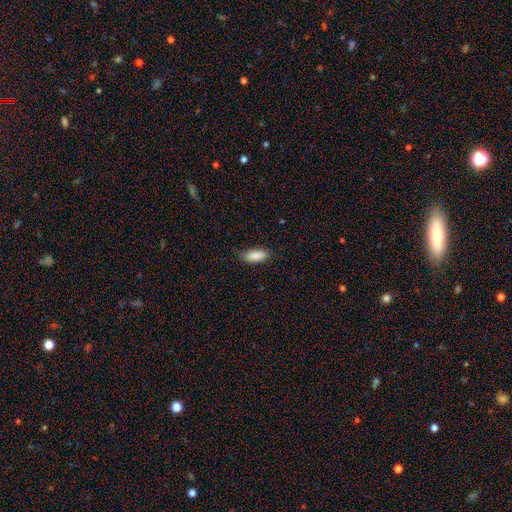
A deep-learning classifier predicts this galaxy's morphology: The model was most divided on "how rounded": in between: 78%, cigar-shaped: 20%, round: 2%. More confident: smooth or featured — smooth (87%); merging — none (77%).